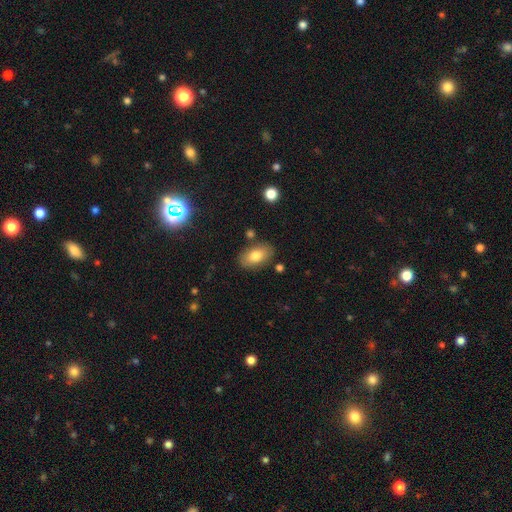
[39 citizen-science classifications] Volunteers were most divided on "smooth or featured": smooth: 77%, star or artifact: 13%, featured or disk: 10%. More confident: merging — none (85%); how rounded — in between (83%).